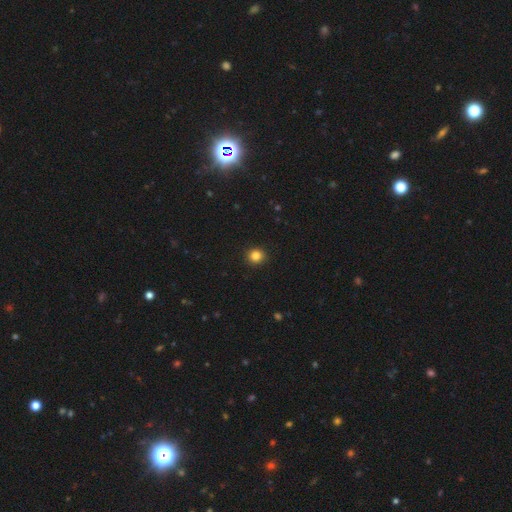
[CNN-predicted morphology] The model was most divided on "smooth or featured": smooth: 84%, star or artifact: 12%, featured or disk: 4%. More confident: merging — none (92%); how rounded — round (90%).